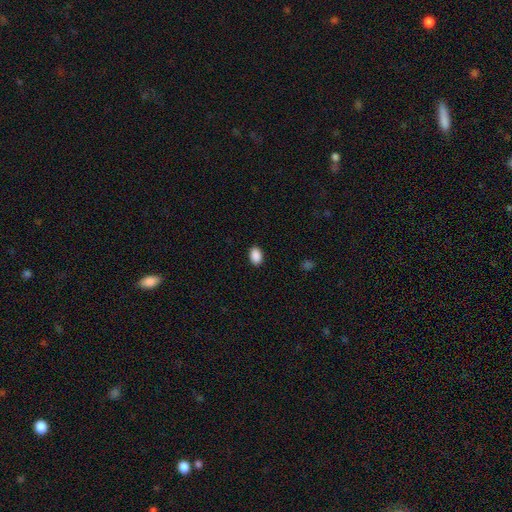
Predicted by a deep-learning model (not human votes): Morphology: type=smooth (90%); roundness=in between (83%); merging=none (90%).